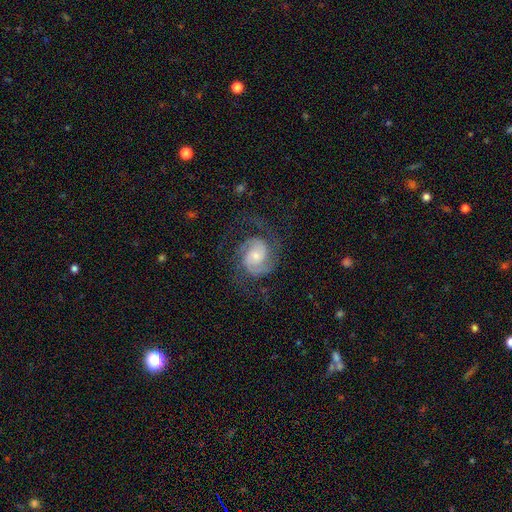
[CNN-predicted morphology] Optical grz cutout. It shows a featured or disk galaxy (85%) with no bar (61%), 2 (78%) medium (46%) spiral arms (97%) and a small central bulge (49%). Merging: none (69%).